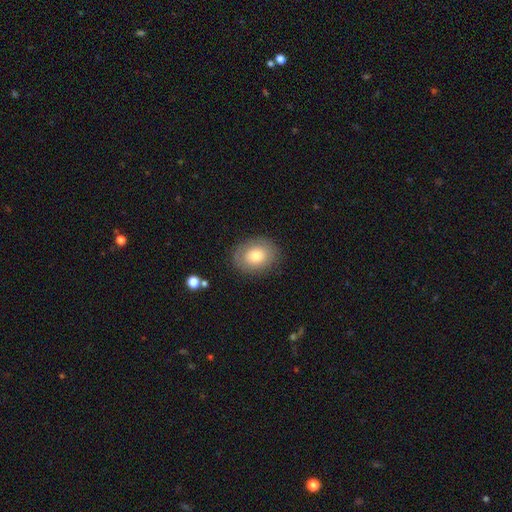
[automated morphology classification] A smooth galaxy with no disk features (66%) that is in between round and cigar-shaped (56%).

Vote fractions:
- Smooth or featured? smooth: 66% / featured or disk: 25% / star or artifact: 9%
- How rounded? in between: 56% / round: 43% / cigar-shaped: 1%
- Merging? none: 82% / minor disturbance: 12% / major disturbance: 4% / merger: 1%